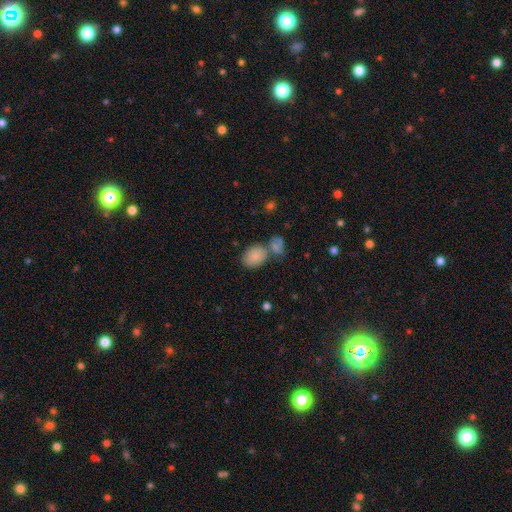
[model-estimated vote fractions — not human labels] Q: Smooth or featured?
A: smooth (82%); runner-up: featured or disk (10%)
Q: How rounded?
A: in between (79%); runner-up: round (20%)
Q: Merging?
A: none (49%); runner-up: merger (33%)